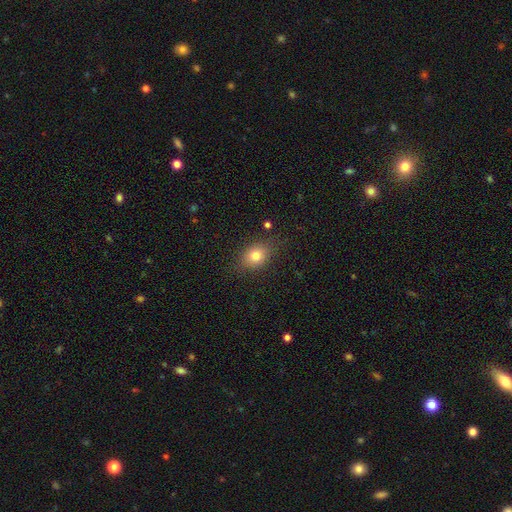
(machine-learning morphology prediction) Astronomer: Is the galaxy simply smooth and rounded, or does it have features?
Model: smooth — 78%.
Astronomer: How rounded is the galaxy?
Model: in between — 56% (runner-up: round, 42%).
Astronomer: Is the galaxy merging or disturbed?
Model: none — 81%.